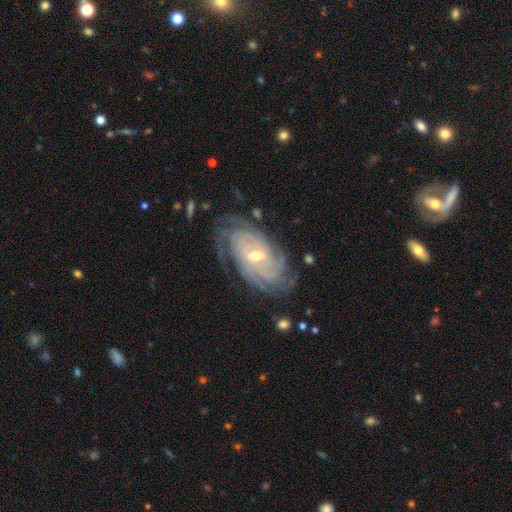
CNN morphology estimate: A featured or disk galaxy (90%) with a weak bar (44%), can't tell (27%, tied with 4) tight (78%) spiral arms (98%) and a small central bulge (52%). Merging: none (73%).